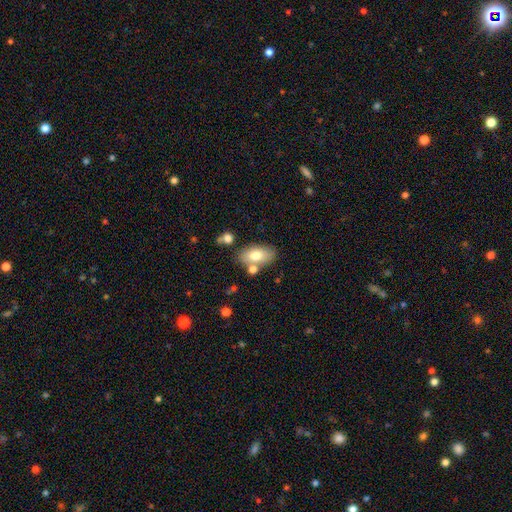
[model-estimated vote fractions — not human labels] This is likely a smooth galaxy (74%). How rounded: clearly in between (91%). Merging: likely none (72%).